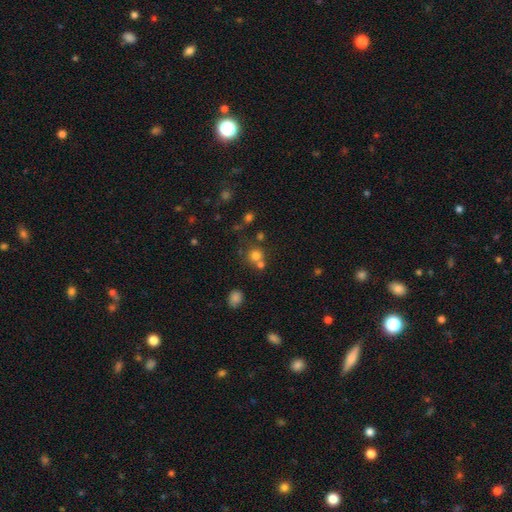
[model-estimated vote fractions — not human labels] Smooth or featured? smooth (74%)
How rounded? round (88%)
Merging? none (55%)